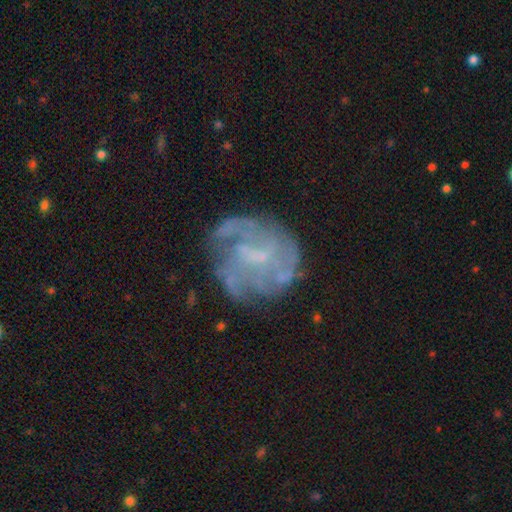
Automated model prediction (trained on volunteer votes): A featured or disk galaxy (74%) with no bar (47%), spiral arms (69%) and a small central bulge (46%).

Vote fractions:
- Smooth or featured? featured or disk: 74% / smooth: 17% / star or artifact: 9%
- Edge-on disk? no: 98% / yes: 2%
- Bar? no: 47% / weak: 44% / strong: 9%
- Spiral arms? yes: 69% / no: 31%
- Bulge size? small: 46% / none: 35% / moderate: 17% / large: 2% / dominant: 1%
- Merging? none: 63% / minor disturbance: 19% / major disturbance: 16% / merger: 3%